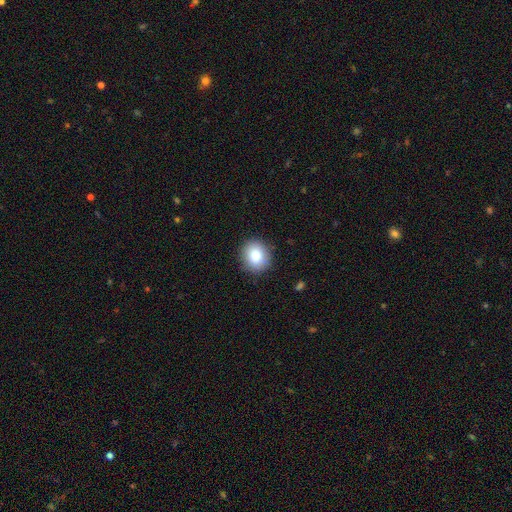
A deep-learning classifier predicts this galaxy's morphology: A smooth galaxy with no disk features (82%) that is round (80%).

Vote fractions:
- Smooth or featured? smooth: 82% / star or artifact: 9% / featured or disk: 9%
- How rounded? round: 80% / in between: 20% / cigar-shaped: 1%
- Merging? none: 89% / minor disturbance: 8% / major disturbance: 2% / merger: 1%